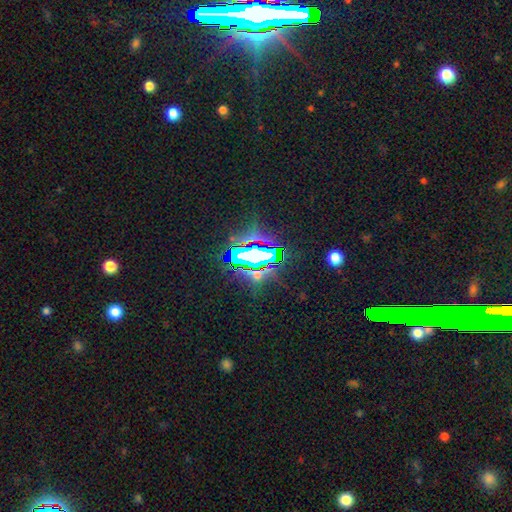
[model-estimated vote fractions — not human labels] This appears to be a star or artifact, not a galaxy (74%).